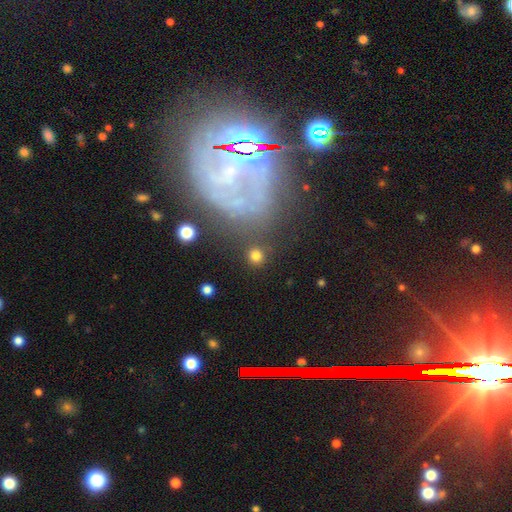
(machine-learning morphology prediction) A smooth galaxy with no disk features (81%) that is round (91%). Merging: none (86%).